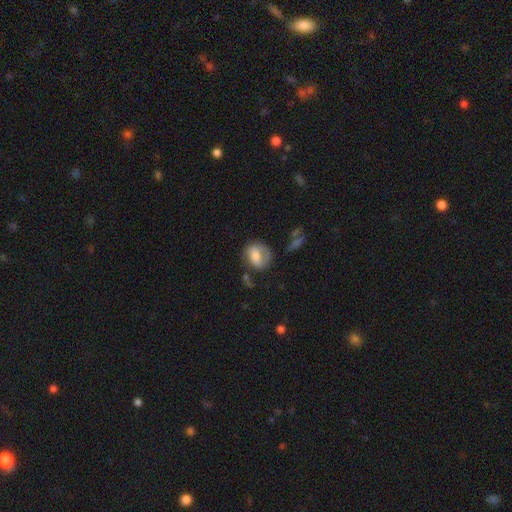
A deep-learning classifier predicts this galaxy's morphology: The model was most divided on "how rounded" (2-way tie): round: 49%, in between: 49%, cigar-shaped: 2%. More confident: smooth or featured — smooth (63%); merging — none (51%).